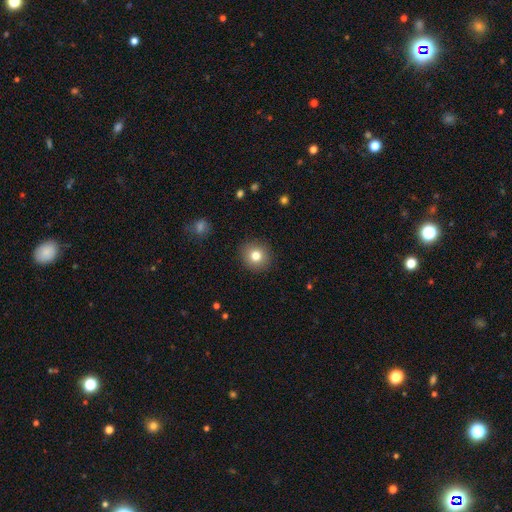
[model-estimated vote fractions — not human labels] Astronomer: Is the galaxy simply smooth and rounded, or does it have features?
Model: smooth — 80%.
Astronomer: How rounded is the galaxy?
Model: round — 90%.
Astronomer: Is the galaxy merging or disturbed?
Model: none — 91%.